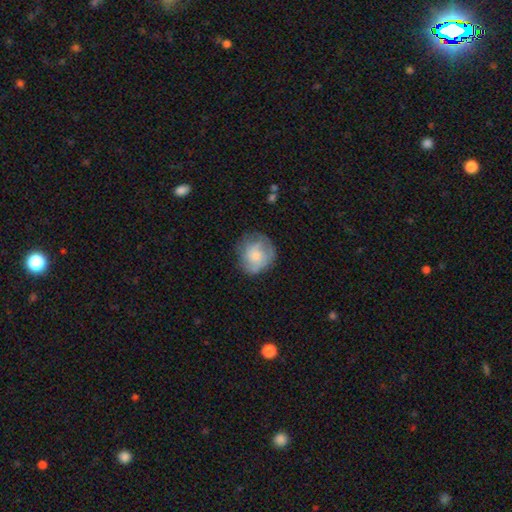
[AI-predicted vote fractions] Smooth or featured?
  - smooth: 55% *
  - featured or disk: 37%
  - star or artifact: 8%
How rounded?
  - round: 79% *
  - in between: 20%
  - cigar-shaped: 1%
Merging?
  - none: 62% *
  - minor disturbance: 24%
  - major disturbance: 12%
  - merger: 2%